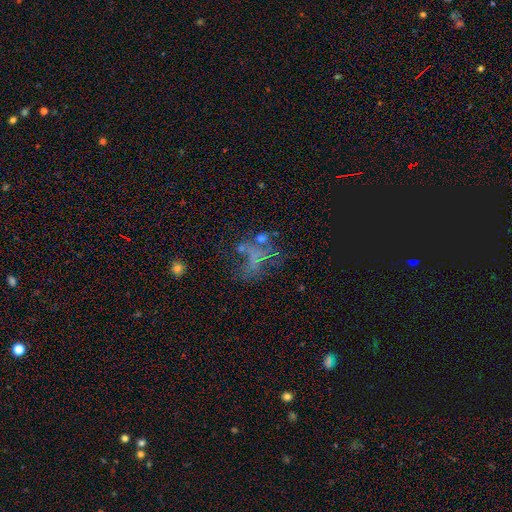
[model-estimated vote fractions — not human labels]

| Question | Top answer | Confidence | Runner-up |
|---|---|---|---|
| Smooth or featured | featured or disk | 42% | star or artifact (31%) |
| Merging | none | 38% | major disturbance (37%) |